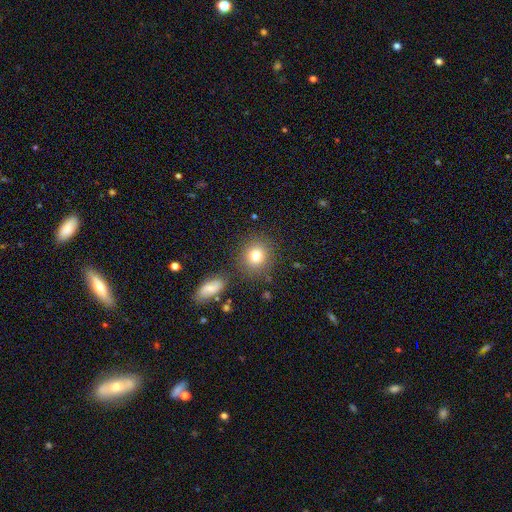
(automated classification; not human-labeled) Smooth or featured? Predicted: smooth (p=0.78). How rounded? Predicted: round (p=0.83). Merging? Predicted: none (p=0.83).